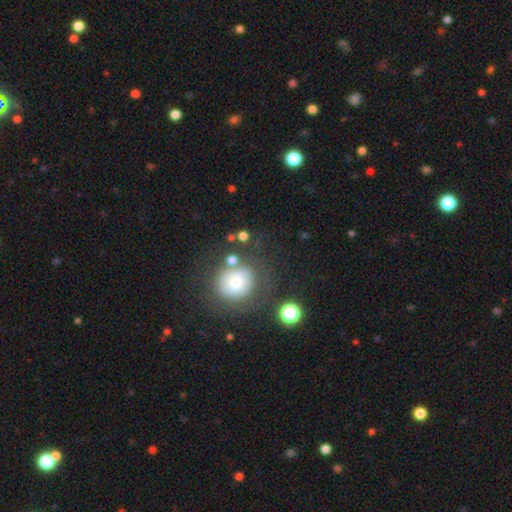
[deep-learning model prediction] Smooth or featured? smooth (54%)
How rounded? round (86%)
Merging? none (75%)